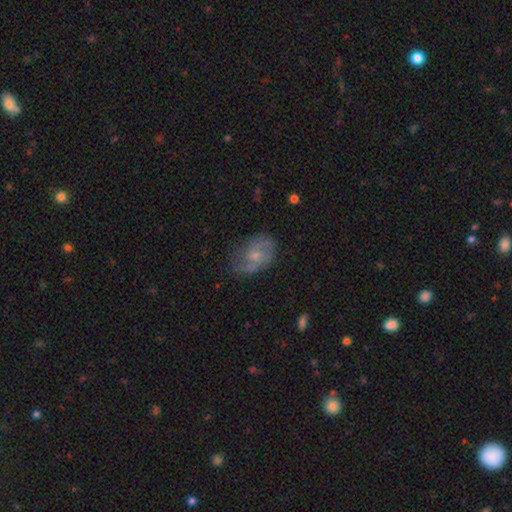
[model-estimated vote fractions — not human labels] featured or disk 58%, smooth 34%, star or artifact 8%. Down the decision tree: edge-on disk — no (96%); bar — no (61%); spiral arms — yes (76%); bulge size — small (56%); merging — none (58%).